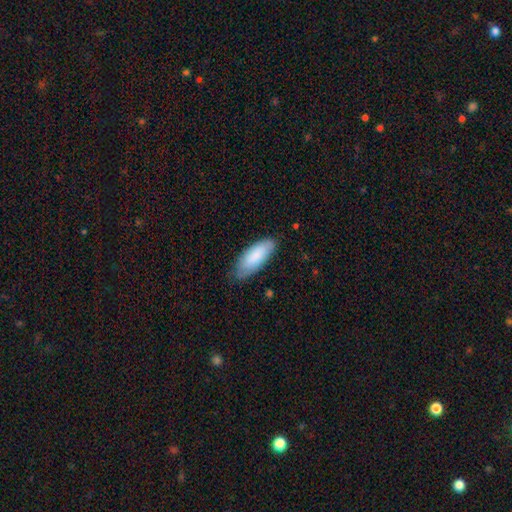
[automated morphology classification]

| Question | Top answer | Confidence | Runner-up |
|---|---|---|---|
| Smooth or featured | smooth | 84% | featured or disk (10%) |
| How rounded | in between | 79% | cigar-shaped (20%) |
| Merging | none | 73% | minor disturbance (22%) |